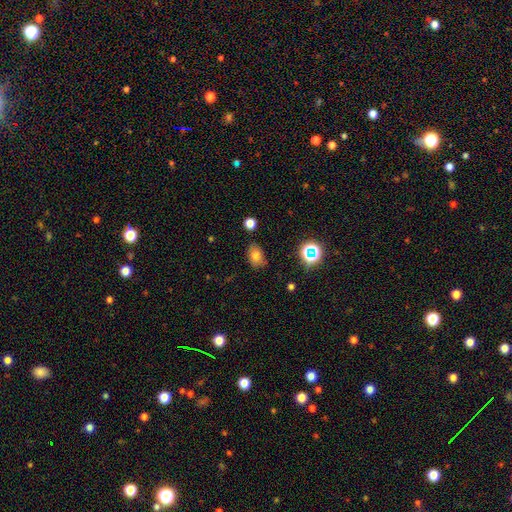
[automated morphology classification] smooth_or_featured: smooth (p=0.75) [alt: star or artifact p=0.15]
how_rounded: in between (p=0.82) [alt: round p=0.17]
merging: none (p=0.77) [alt: minor disturbance p=0.17]